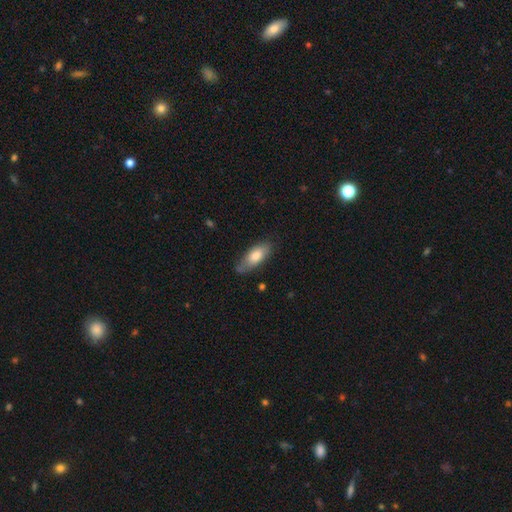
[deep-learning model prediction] Overall: smooth (76%). How rounded: in between (79%). Merging: none (69%).